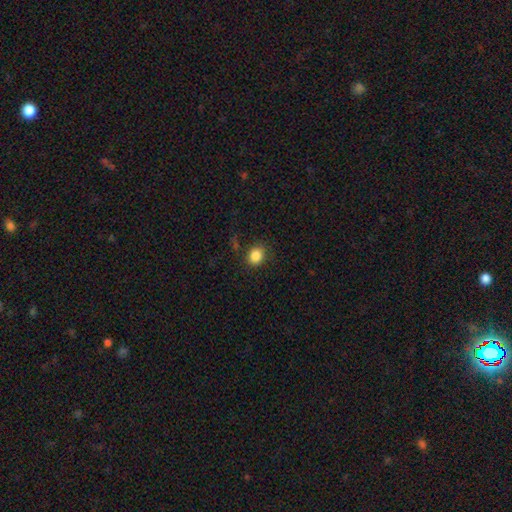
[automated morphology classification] Smooth or featured? smooth (85%)
How rounded? round (64%)
Merging? none (82%)